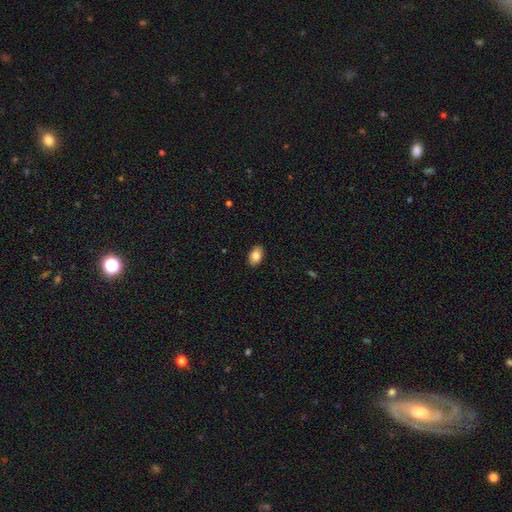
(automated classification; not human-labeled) smooth-or-featured: smooth: 84% | featured or disk: 8% | star or artifact: 7%
  how-rounded: in between: 90% | round: 9% | cigar-shaped: 1%
  merging: none: 89% | minor disturbance: 8% | major disturbance: 2% | merger: 1%